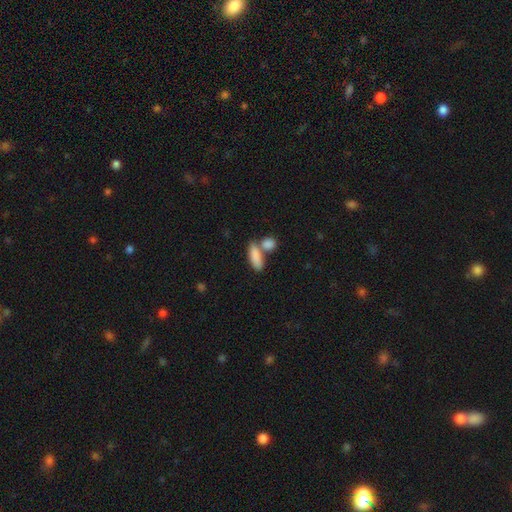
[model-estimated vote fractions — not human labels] Smooth or featured: smooth — 85% (featured or disk — 8%)
How rounded: in between — 68% (cigar-shaped — 28%)
Merging: none — 44% (merger — 42%)